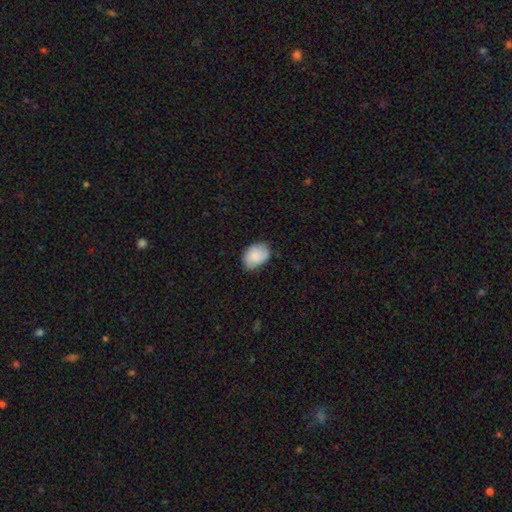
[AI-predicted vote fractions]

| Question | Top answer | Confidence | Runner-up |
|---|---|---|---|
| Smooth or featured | smooth | 82% | featured or disk (11%) |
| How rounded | in between | 76% | round (23%) |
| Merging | none | 65% | minor disturbance (29%) |